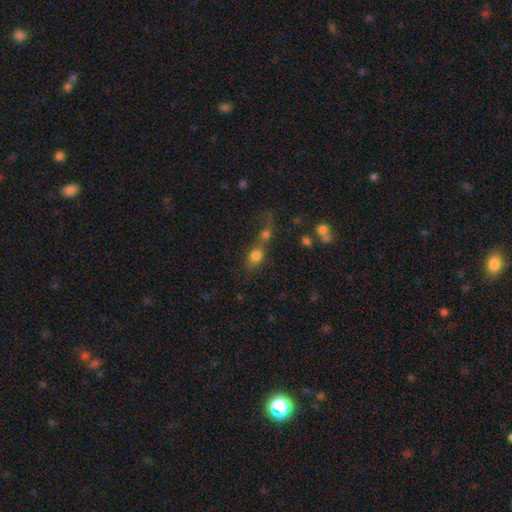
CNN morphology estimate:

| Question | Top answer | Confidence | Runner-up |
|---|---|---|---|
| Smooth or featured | smooth | 76% | star or artifact (12%) |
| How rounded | in between | 51% | round (46%) |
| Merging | merger | 62% | none (25%) |